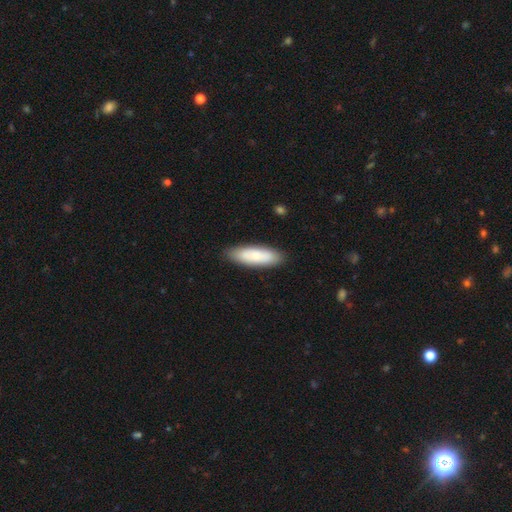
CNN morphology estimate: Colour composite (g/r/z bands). It shows a smooth galaxy with no disk features (77%) that is in between round and cigar-shaped (53%). Merging: none (87%).